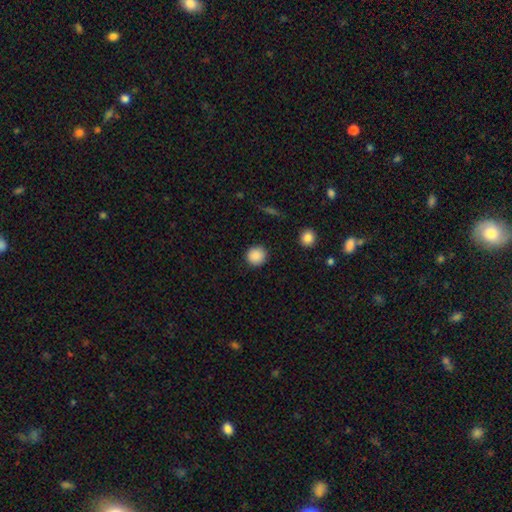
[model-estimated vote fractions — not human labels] Smooth or featured? Predicted: smooth (p=0.88). How rounded? Predicted: round (p=0.94). Merging? Predicted: none (p=0.91).